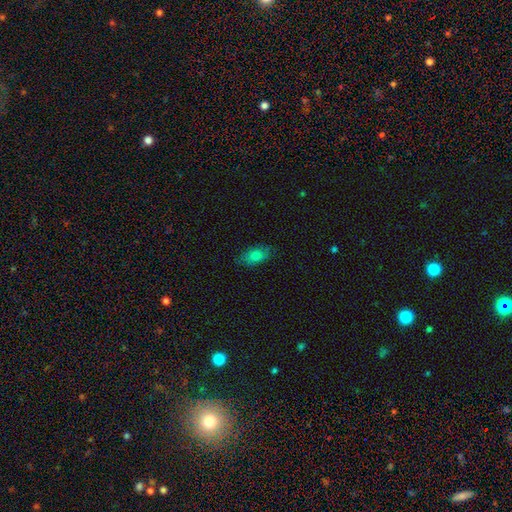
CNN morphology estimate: The model was most divided on "merging": none: 80%, minor disturbance: 16%, major disturbance: 3%, merger: 1%. More confident: how rounded — in between (89%); smooth or featured — smooth (80%).